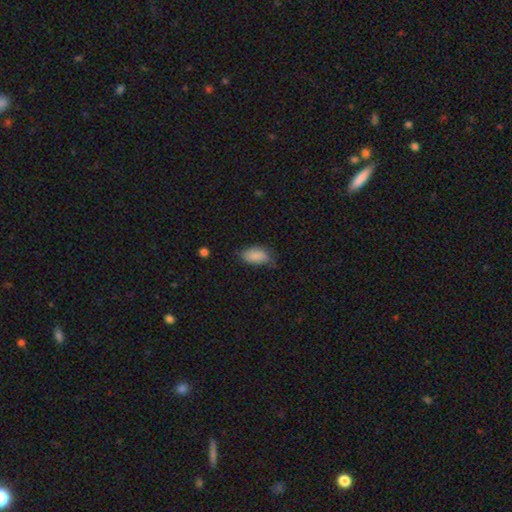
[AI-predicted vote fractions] Overall: smooth (85%). How rounded: in between (93%). Merging: none (58%; minor disturbance 34%).